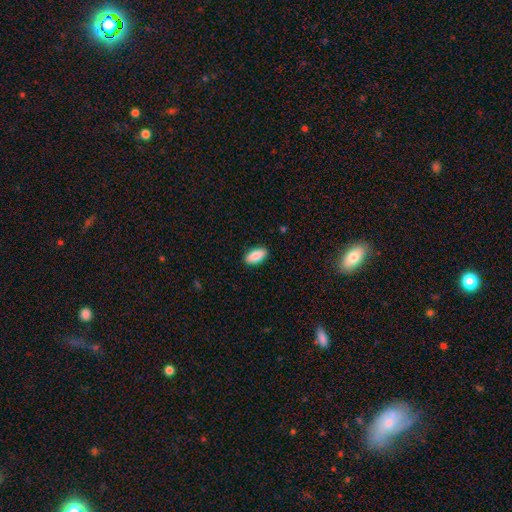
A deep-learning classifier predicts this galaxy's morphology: type=smooth (88%); roundness=in between (91%); merging=none (89%).